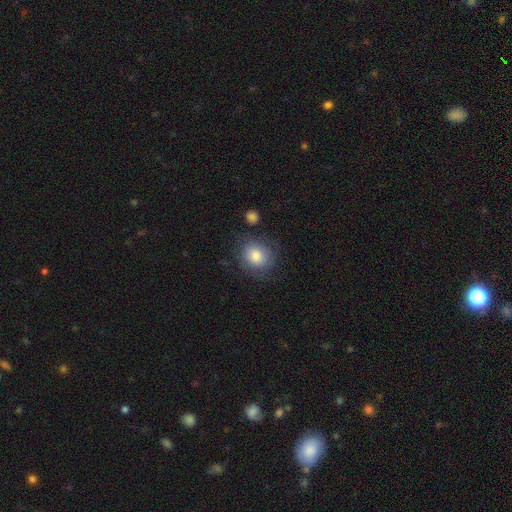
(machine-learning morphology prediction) Smooth or featured? Predicted: smooth (p=0.80). How rounded? Predicted: round (p=0.76). Merging? Predicted: none (p=0.74).